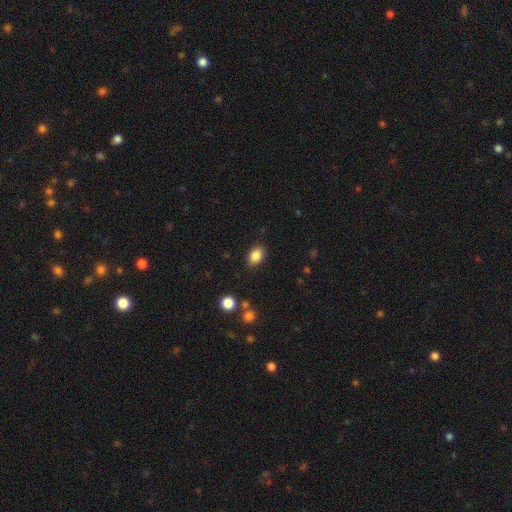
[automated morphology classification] Smooth or featured?
  - smooth: 86% *
  - star or artifact: 9%
  - featured or disk: 5%
How rounded?
  - in between: 79% *
  - round: 20%
  - cigar-shaped: 1%
Merging?
  - none: 86% *
  - minor disturbance: 9%
  - major disturbance: 3%
  - merger: 2%